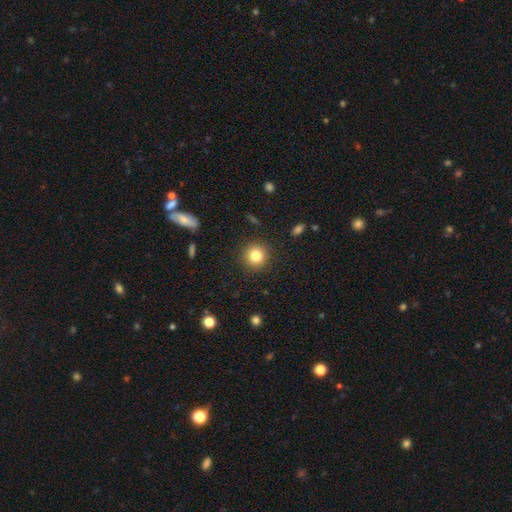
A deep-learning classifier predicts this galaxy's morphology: This appears to be a smooth galaxy with no disk features (82%) that is round (93%). Merging: none (90%).